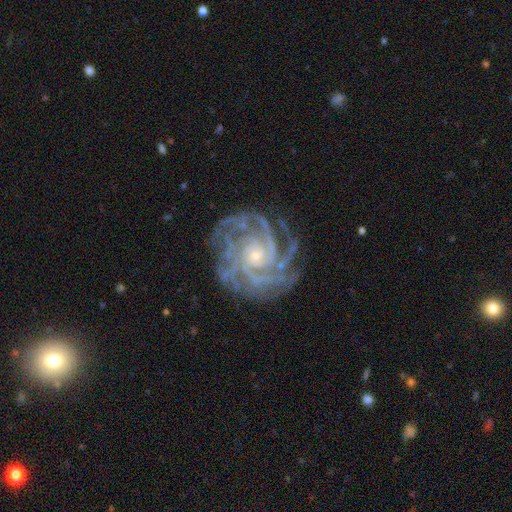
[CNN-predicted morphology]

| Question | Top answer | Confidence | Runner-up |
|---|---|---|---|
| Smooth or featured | featured or disk | 92% | star or artifact (5%) |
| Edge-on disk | no | 98% | yes (2%) |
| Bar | no | 73% | weak (19%) |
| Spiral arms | yes | 98% | no (2%) |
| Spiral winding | tight | 75% | medium (22%) |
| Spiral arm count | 4 | 30% | more than 4 (21%) |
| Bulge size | small | 73% | moderate (22%) |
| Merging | none | 76% | minor disturbance (16%) |